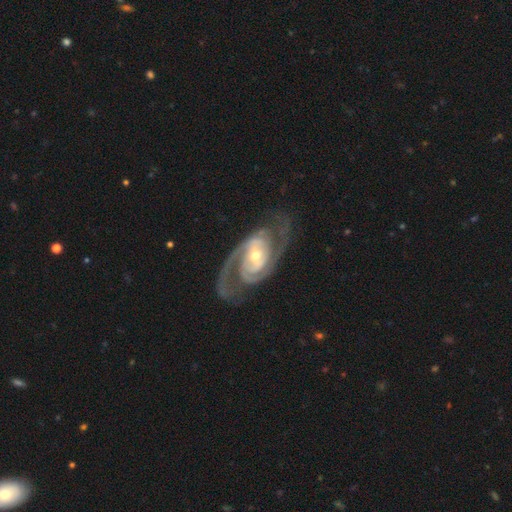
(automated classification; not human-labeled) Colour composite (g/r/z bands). It shows a featured or disk galaxy (93%) with no bar (47%), 2 (80%) medium (46%) spiral arms (98%) and a moderate central bulge (56%). Merging: none (72%).